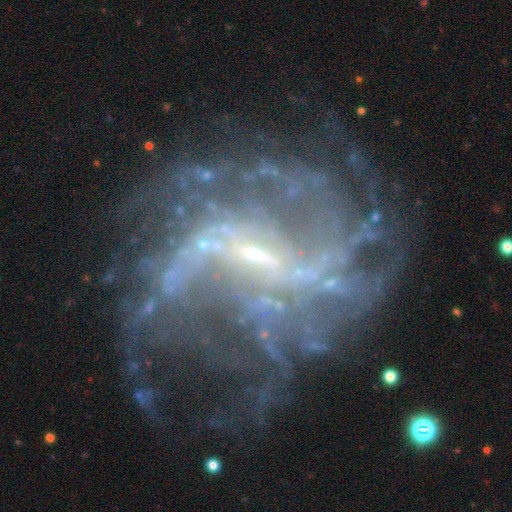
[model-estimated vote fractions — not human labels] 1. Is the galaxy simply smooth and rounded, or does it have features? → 86% featured or disk, 10% star or artifact, 5% smooth.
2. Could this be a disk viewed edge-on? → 97% no, 3% yes.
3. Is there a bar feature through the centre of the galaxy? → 49% weak, 32% strong, 20% no.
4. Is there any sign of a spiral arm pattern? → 88% yes, 12% no.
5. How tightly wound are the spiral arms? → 40% loose, 37% medium, 23% tight.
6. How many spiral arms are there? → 37% can't tell, 20% 2, 12% 4, 12% 3, 10% more than 4, 8% 1.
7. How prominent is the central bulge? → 73% small, 13% none, 11% moderate, 1% large, 1% dominant.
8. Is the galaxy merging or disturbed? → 53% none, 27% major disturbance, 17% minor disturbance, 3% merger.